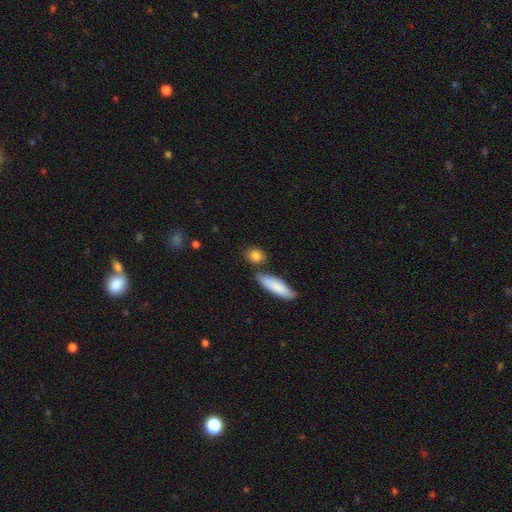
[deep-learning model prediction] smooth-or-featured: smooth: 84% | featured or disk: 8% | star or artifact: 8%
  how-rounded: round: 47% | in between: 42% | cigar-shaped: 11%
  merging: none: 73% | minor disturbance: 12% | merger: 12% | major disturbance: 3%